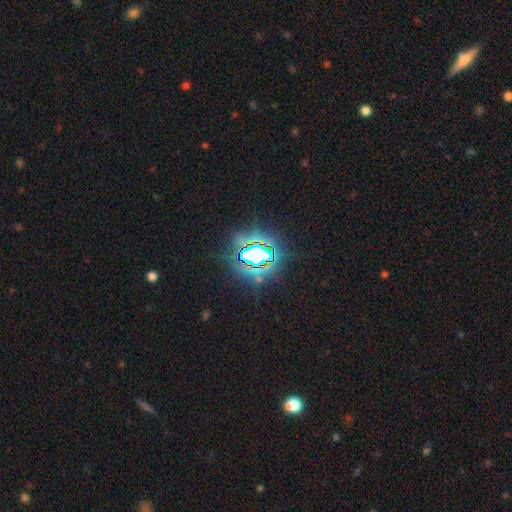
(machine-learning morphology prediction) star or artifact 70%, smooth 18%, featured or disk 12%.